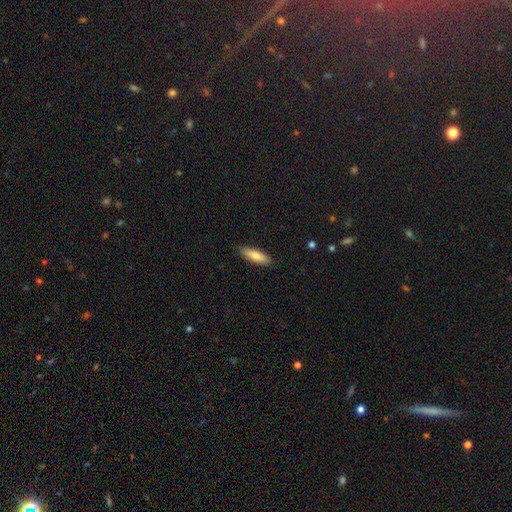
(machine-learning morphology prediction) Smooth or featured: smooth — 78% (featured or disk — 16%)
How rounded: cigar-shaped — 57% (in between — 41%)
Merging: none — 89% (minor disturbance — 9%)